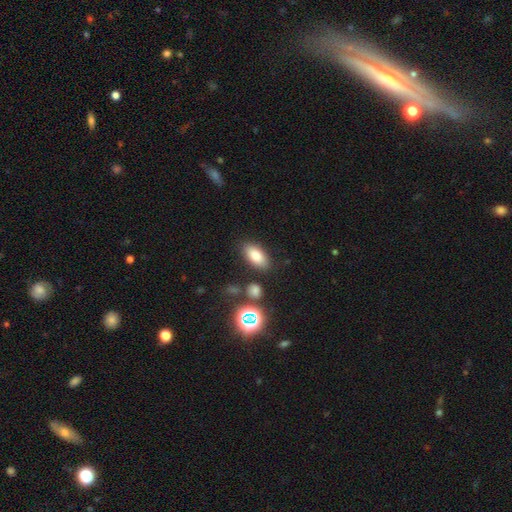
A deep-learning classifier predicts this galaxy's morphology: Smooth or featured?
  - smooth: 78% *
  - star or artifact: 11%
  - featured or disk: 11%
How rounded?
  - in between: 87% *
  - cigar-shaped: 7%
  - round: 5%
Merging?
  - none: 83% *
  - minor disturbance: 10%
  - merger: 4%
  - major disturbance: 3%